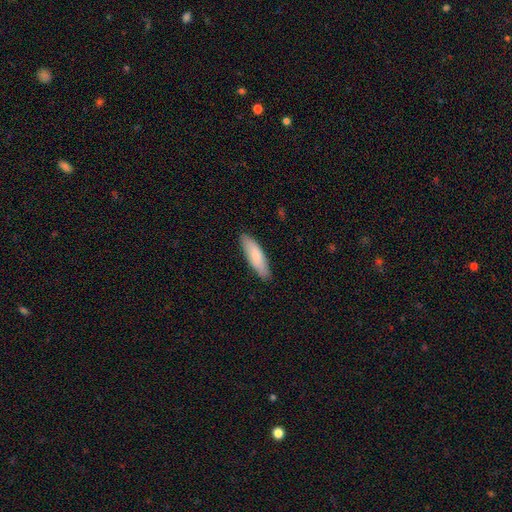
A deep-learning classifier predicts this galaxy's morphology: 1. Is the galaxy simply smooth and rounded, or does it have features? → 79% smooth, 16% featured or disk, 5% star or artifact.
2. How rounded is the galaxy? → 57% cigar-shaped, 42% in between, 2% round.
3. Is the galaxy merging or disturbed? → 87% none, 10% minor disturbance, 2% major disturbance, 1% merger.